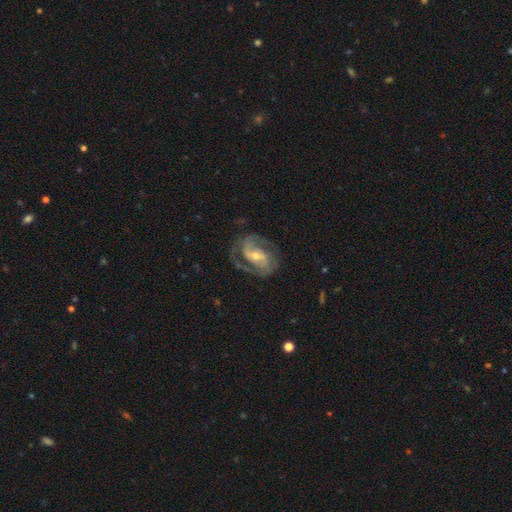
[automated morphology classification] Q: Smooth or featured?
A: featured or disk (89%); runner-up: smooth (7%)
Q: Edge-on disk?
A: no (97%); runner-up: yes (3%)
Q: Bar?
A: weak (44%); runner-up: strong (28%)
Q: Spiral arms?
A: yes (96%); runner-up: no (4%)
Q: Spiral winding?
A: medium (53%); runner-up: tight (32%)
Q: Spiral arm count?
A: 2 (82%); runner-up: 3 (6%)
Q: Bulge size?
A: small (49%); runner-up: moderate (46%)
Q: Merging?
A: none (71%); runner-up: minor disturbance (16%)